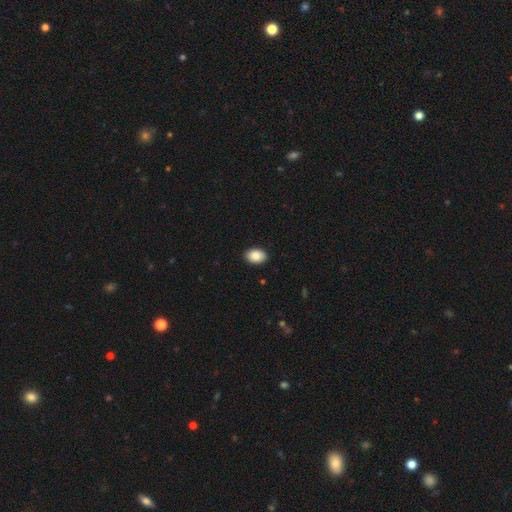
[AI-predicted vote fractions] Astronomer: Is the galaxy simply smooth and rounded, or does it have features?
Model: smooth — 88%.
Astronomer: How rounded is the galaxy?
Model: in between — 83%.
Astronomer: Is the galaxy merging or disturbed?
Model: none — 91%.